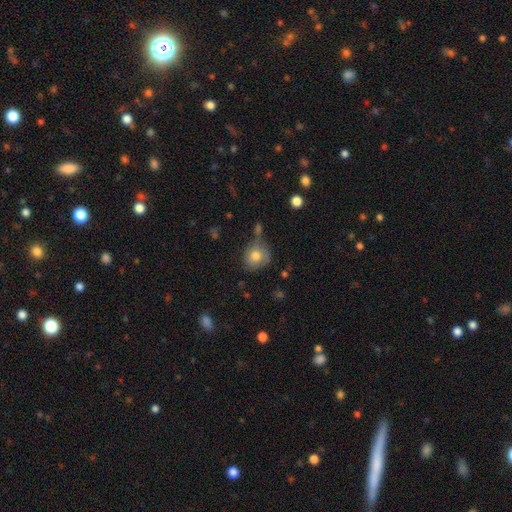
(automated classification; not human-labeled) This appears to be a smooth galaxy with no disk features (78%) that is round (80%). Merging: none (59%).